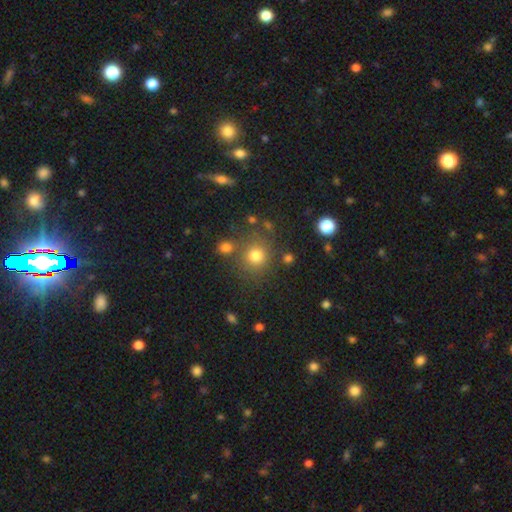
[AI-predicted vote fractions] Smooth or featured: smooth — 77% (star or artifact — 15%)
How rounded: round — 88% (in between — 11%)
Merging: none — 75% (minor disturbance — 11%)